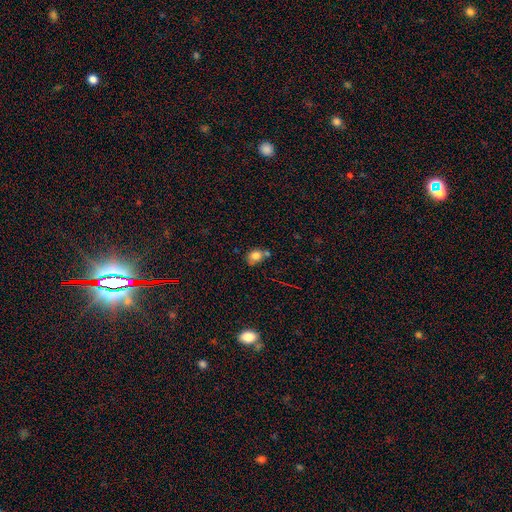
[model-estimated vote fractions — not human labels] The model was most divided on "how rounded": in between: 53%, round: 46%, cigar-shaped: 1%. Remaining: smooth or featured — smooth (77%); merging — none (50%).